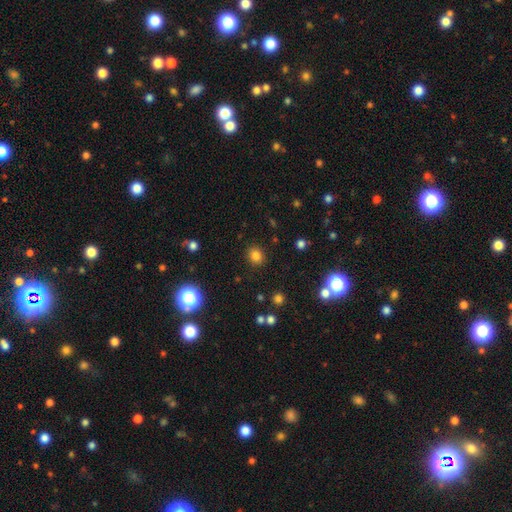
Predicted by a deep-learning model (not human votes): This is clearly a smooth galaxy (81%). How rounded: likely round (78%). Merging: clearly none (89%).